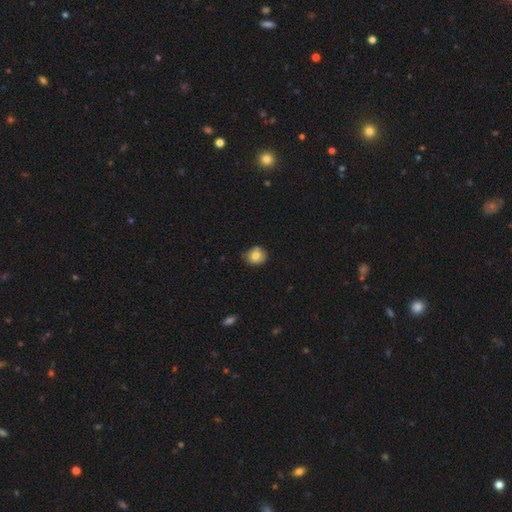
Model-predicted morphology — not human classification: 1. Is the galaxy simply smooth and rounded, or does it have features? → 77% smooth, 14% featured or disk, 9% star or artifact.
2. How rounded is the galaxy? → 70% round, 29% in between, 1% cigar-shaped.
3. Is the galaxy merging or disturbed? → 76% none, 19% minor disturbance, 3% merger, 3% major disturbance.